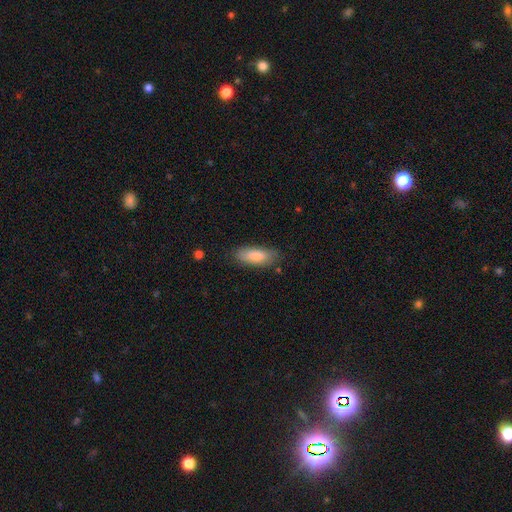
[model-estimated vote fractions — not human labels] This appears to be a smooth galaxy with no disk features (82%) that is in between round and cigar-shaped (74%). Merging: none (78%).